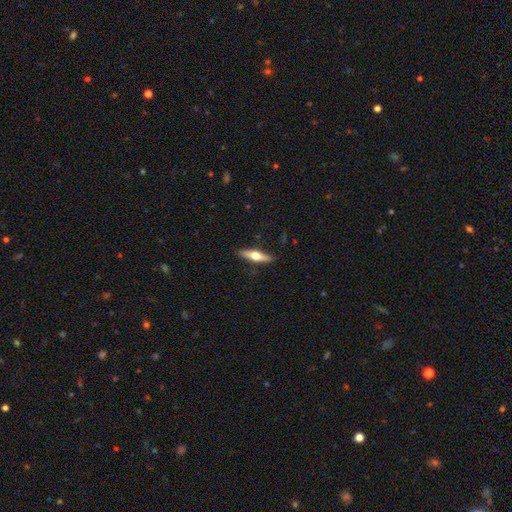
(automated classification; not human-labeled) The model was most divided on "smooth or featured": featured or disk: 55%, smooth: 39%, star or artifact: 6%. More confident: edge-on disk — yes (95%); edge-on bulge — rounded (94%); merging — none (88%).